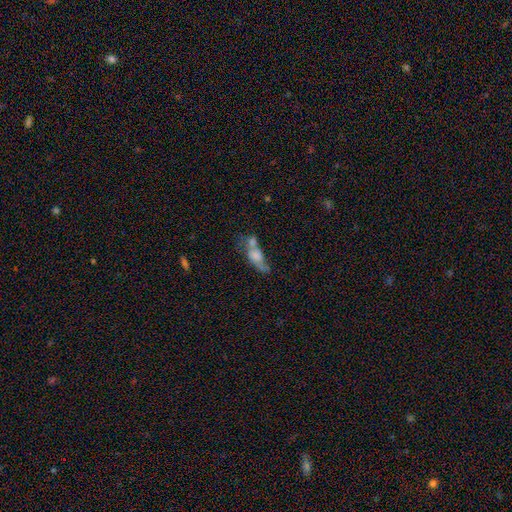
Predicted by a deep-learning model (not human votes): smooth-or-featured: smooth: 55% | featured or disk: 34% | star or artifact: 10%
  how-rounded: in between: 72% | cigar-shaped: 20% | round: 8%
  merging: merger: 45% | none: 21% | major disturbance: 19% | minor disturbance: 15%